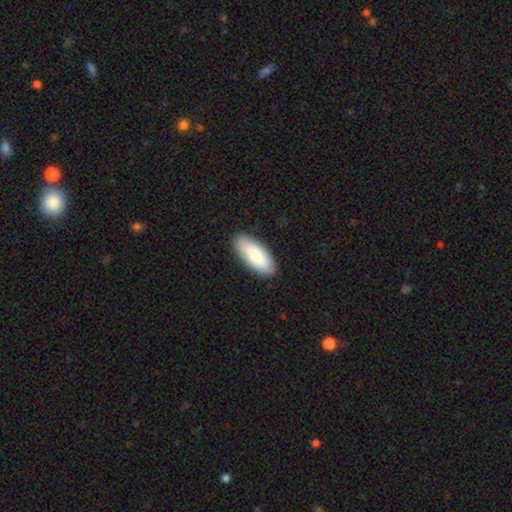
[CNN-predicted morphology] smooth_or_featured: smooth (p=0.78) [alt: featured or disk p=0.16]
how_rounded: in between (p=0.84) [alt: cigar-shaped p=0.14]
merging: none (p=0.88) [alt: minor disturbance p=0.09]